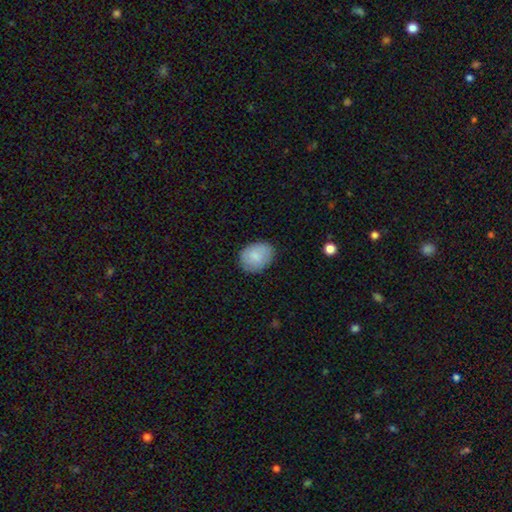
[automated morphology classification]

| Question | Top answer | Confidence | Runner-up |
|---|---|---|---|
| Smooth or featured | smooth | 83% | featured or disk (11%) |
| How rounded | in between | 56% | round (43%) |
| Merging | none | 83% | minor disturbance (13%) |